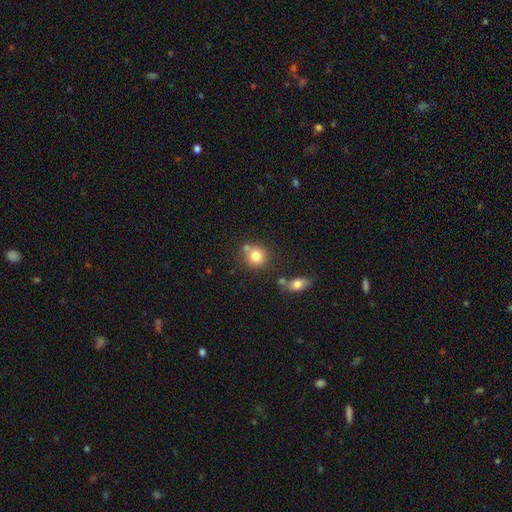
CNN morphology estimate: This appears to be a smooth galaxy with no disk features (80%) that is round (86%). Merging: none (65%).